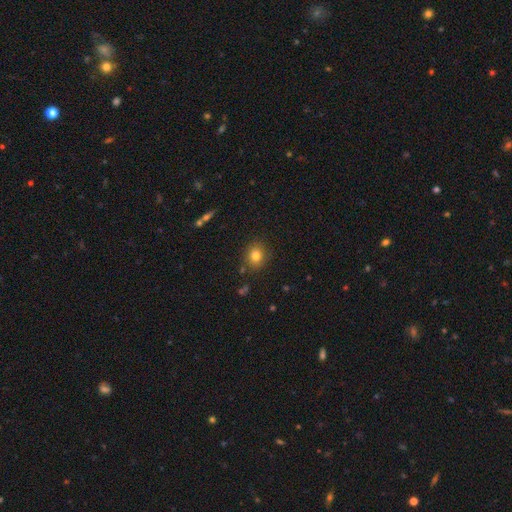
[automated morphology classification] type=smooth (81%); roundness=round (68%); merging=none (85%).